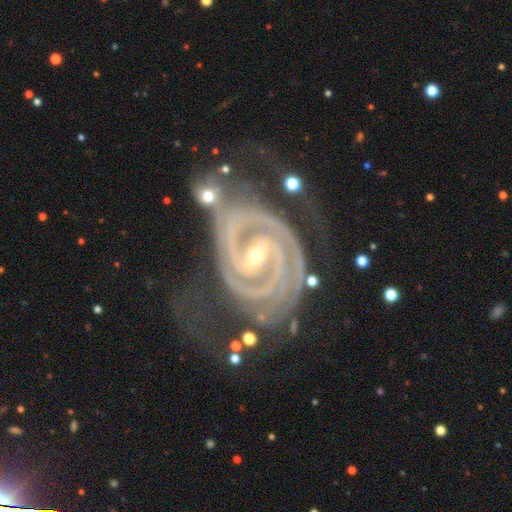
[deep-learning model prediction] The model was most divided on "bar": weak: 39%, strong: 37%, no: 24%. More confident: spiral arms — yes (99%); edge-on disk — no (97%); smooth or featured — featured or disk (92%); spiral arm count — 2 (81%); spiral winding — tight (75%); bulge size — small (66%); merging — none (54%).